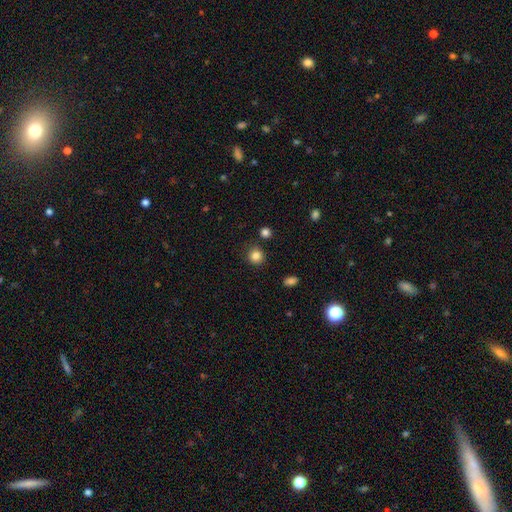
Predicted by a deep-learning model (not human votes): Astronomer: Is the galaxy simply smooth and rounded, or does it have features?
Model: smooth — 85%.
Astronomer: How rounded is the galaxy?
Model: round — 89%.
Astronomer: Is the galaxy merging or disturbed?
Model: none — 86%.